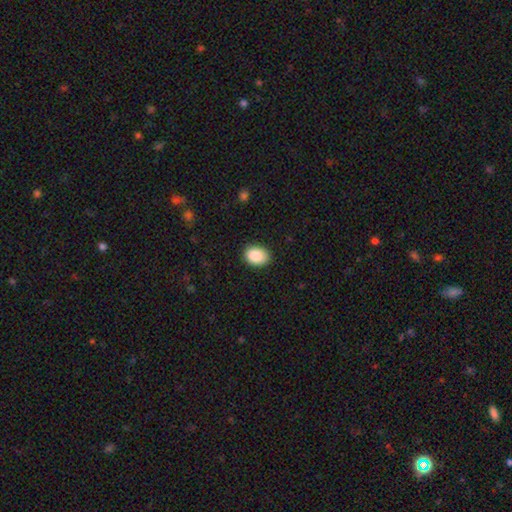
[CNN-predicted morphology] type=smooth (89%); roundness=in between (71%); merging=none (87%).